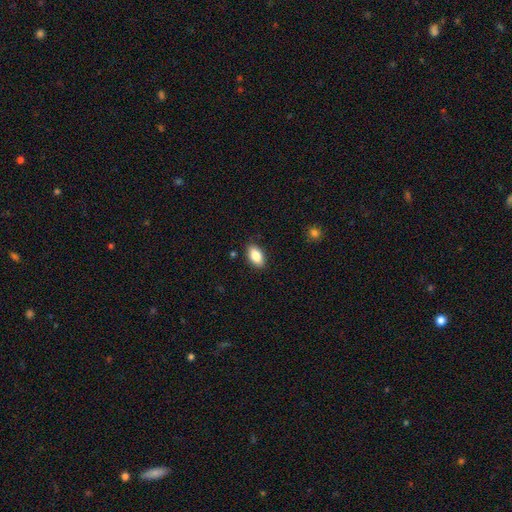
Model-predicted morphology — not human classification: This is clearly a smooth galaxy (85%). How rounded: clearly in between (92%). Merging: clearly none (88%).